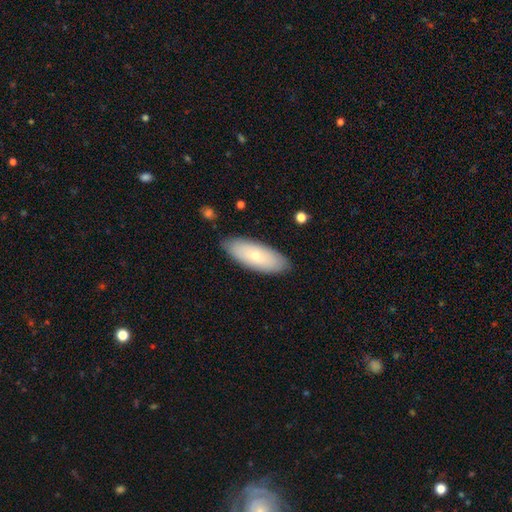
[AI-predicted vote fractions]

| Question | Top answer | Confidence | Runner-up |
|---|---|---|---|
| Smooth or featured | smooth | 67% | featured or disk (27%) |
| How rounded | in between | 78% | cigar-shaped (19%) |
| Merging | none | 85% | minor disturbance (12%) |